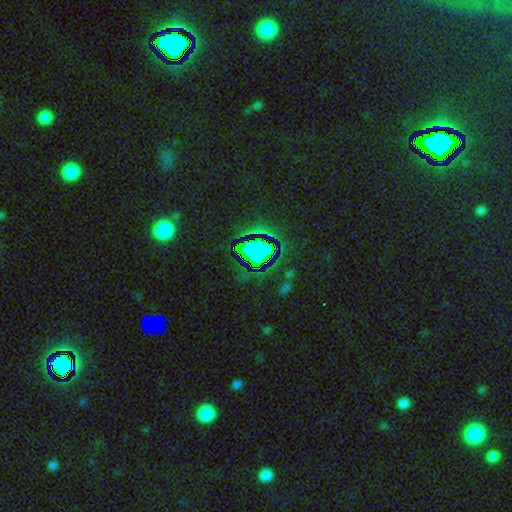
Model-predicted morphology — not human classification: A star or artifact, not a galaxy (73%).